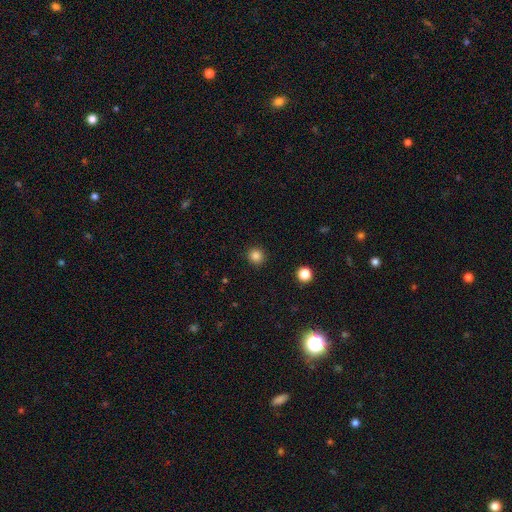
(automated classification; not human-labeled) Overall: smooth (84%). How rounded: round (94%). Merging: none (92%).